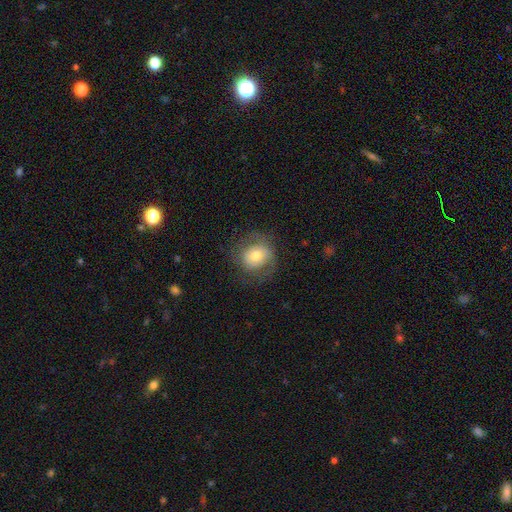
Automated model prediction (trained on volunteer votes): Smooth or featured? Predicted: smooth (p=0.59). How rounded? Predicted: round (p=0.77). Merging? Predicted: none (p=0.66).